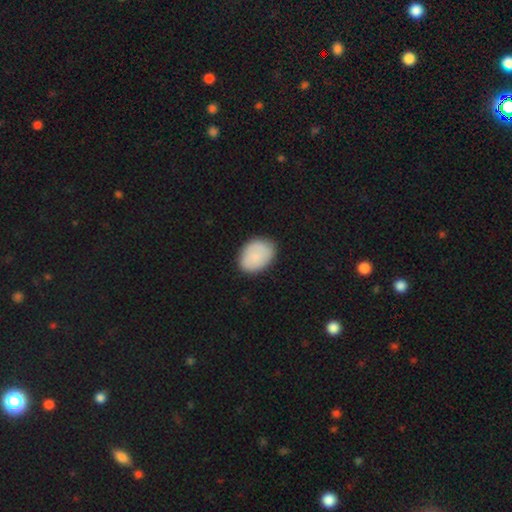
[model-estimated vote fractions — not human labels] Overall: smooth (84%). How rounded: in between (77%). Merging: none (82%).